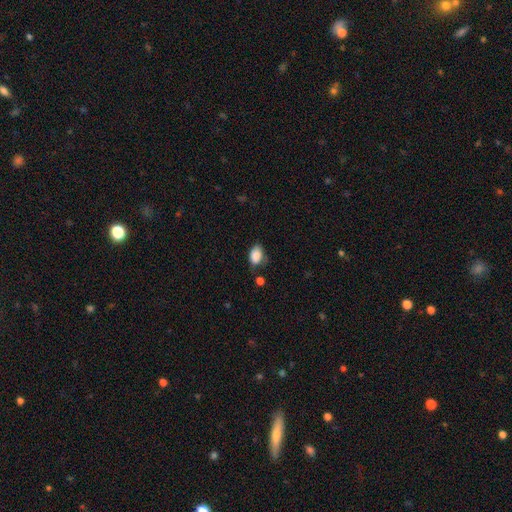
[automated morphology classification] smooth 87%, star or artifact 8%, featured or disk 5%. Down the decision tree: how rounded — in between (87%); merging — none (55%).